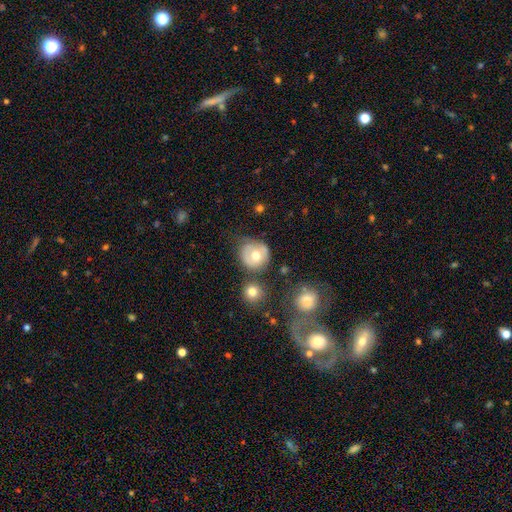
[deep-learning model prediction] Morphology: type=smooth (56%); roundness=round (87%); merging=none (62%).